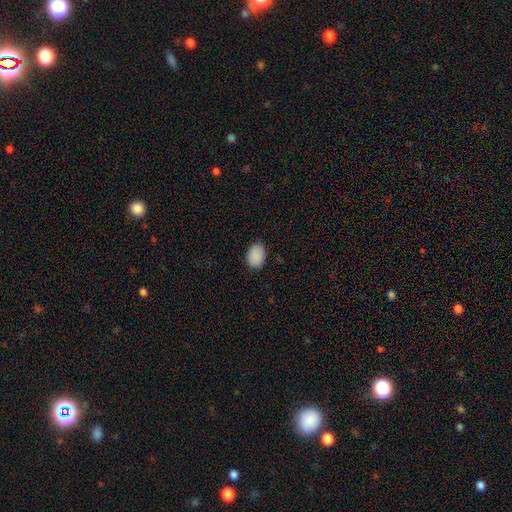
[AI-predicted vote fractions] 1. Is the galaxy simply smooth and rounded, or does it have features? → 90% smooth, 7% star or artifact, 3% featured or disk.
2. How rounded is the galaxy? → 75% in between, 24% round, 1% cigar-shaped.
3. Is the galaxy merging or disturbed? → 86% none, 11% minor disturbance, 2% major disturbance, 1% merger.